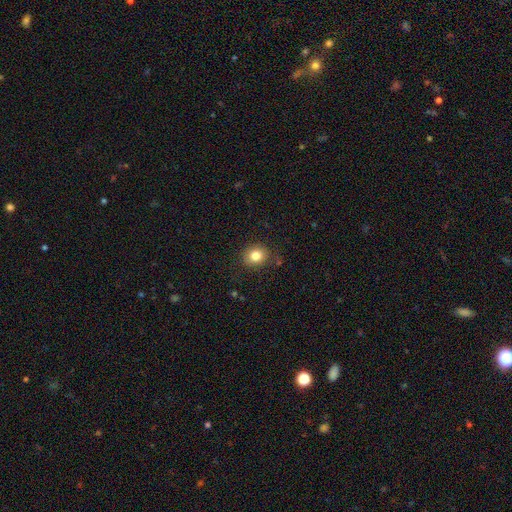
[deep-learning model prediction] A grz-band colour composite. It shows a smooth galaxy with no disk features (81%) that is round (70%). Merging: none (84%).